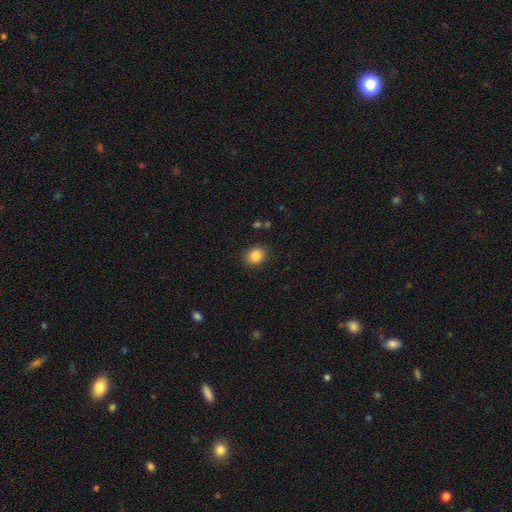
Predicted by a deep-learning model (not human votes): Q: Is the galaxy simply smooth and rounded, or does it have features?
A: smooth — 86%.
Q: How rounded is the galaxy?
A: round — 59%.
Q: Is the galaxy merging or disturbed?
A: none — 86%.